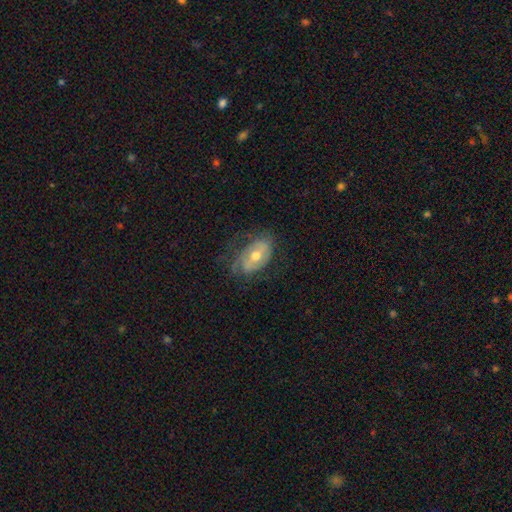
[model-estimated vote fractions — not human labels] Overall: featured or disk (62%; smooth 31%). Edge-on disk: no (93%). Bar: no (63%; weak 26%). Spiral arms: yes (63%; no 37%). Bulge size: moderate (76%). Merging: none (58%; minor disturbance 25%).